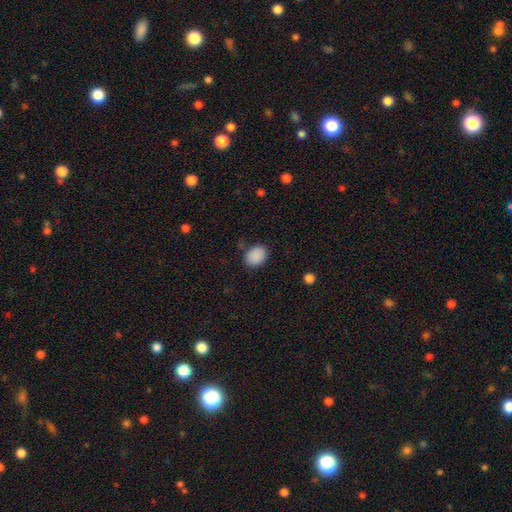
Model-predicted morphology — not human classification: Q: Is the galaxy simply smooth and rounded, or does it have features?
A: smooth — 89%.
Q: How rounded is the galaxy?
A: in between — 58%.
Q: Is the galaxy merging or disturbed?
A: none — 82%.